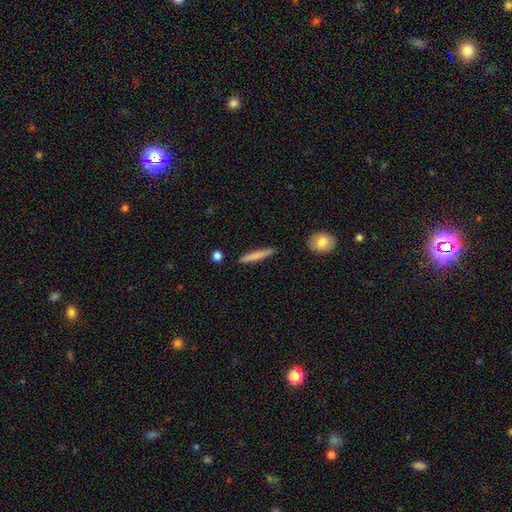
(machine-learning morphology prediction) A smooth galaxy with no disk features (74%) that is cigar-shaped (94%). Merging: none (88%).